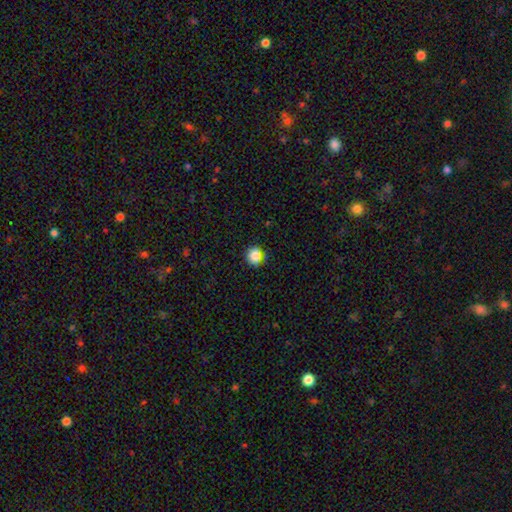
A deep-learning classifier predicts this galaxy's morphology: smooth 81%, star or artifact 14%, featured or disk 5%. Down the decision tree: how rounded — round (80%); merging — none (82%).